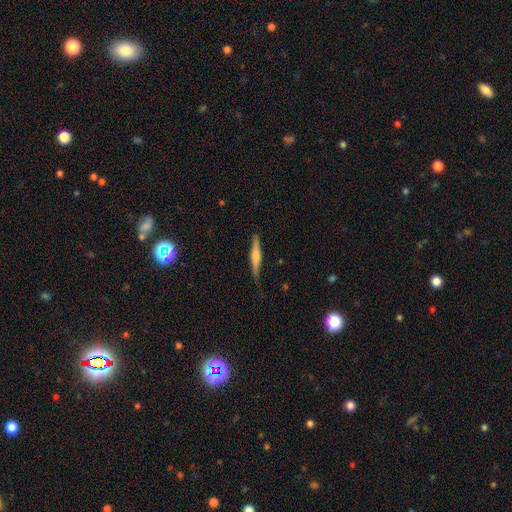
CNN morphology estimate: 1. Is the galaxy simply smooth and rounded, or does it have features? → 52% featured or disk, 43% smooth, 6% star or artifact.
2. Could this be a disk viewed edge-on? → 97% yes, 3% no.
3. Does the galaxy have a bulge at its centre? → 64% rounded, 20% boxy, 16% none.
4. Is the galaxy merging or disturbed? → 83% none, 13% minor disturbance, 2% major disturbance, 1% merger.